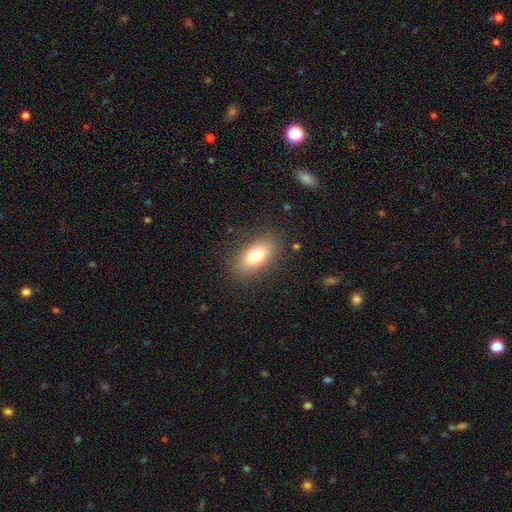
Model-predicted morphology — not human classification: Overall: smooth (75%). How rounded: in between (87%). Merging: none (85%).